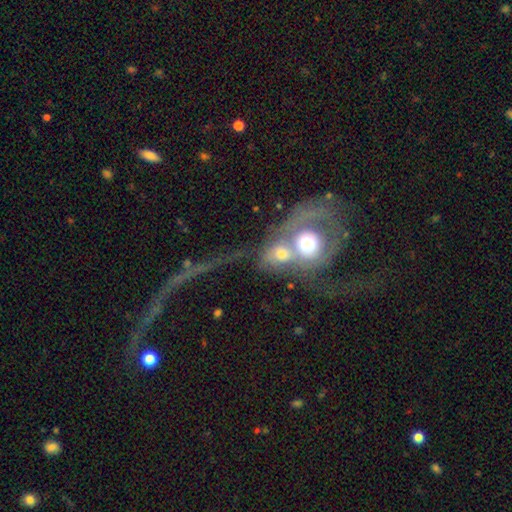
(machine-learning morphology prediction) featured or disk 59%, smooth 29%, star or artifact 12%. Down the decision tree: edge-on disk — no (92%); bar — no (79%); spiral arms — yes (52%); bulge size — moderate (56%); merging — merger (62%).